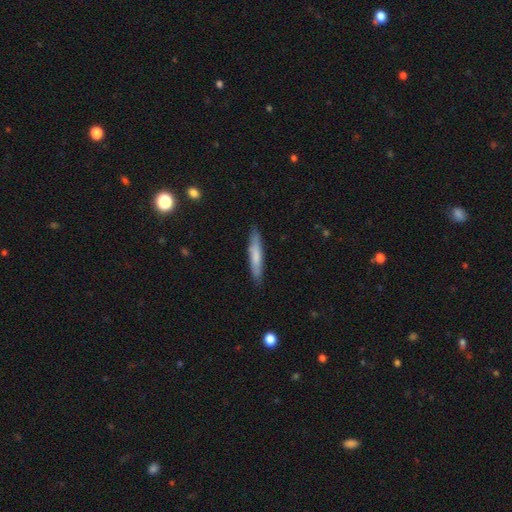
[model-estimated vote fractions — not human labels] Smooth or featured: smooth — 70% (featured or disk — 24%)
How rounded: cigar-shaped — 90% (in between — 9%)
Merging: none — 86% (minor disturbance — 11%)